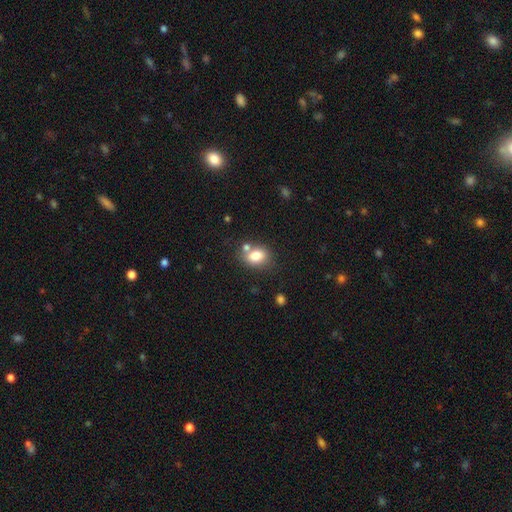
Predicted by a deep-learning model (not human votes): The model was most divided on "how rounded": in between: 64%, round: 34%, cigar-shaped: 1%. More confident: smooth or featured — smooth (79%); merging — none (61%).